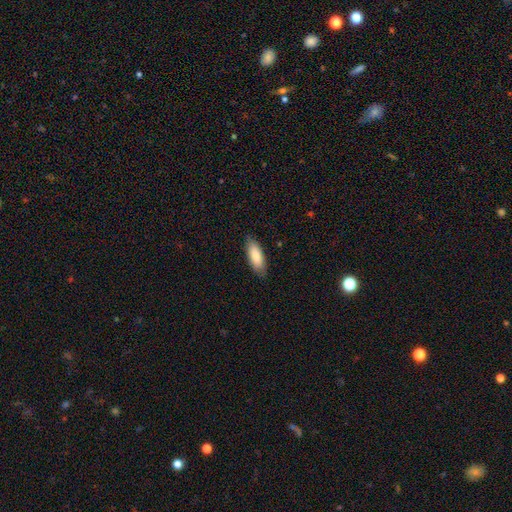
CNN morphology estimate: A smooth galaxy with no disk features (80%) that is in between round and cigar-shaped (73%). Merging: none (85%).